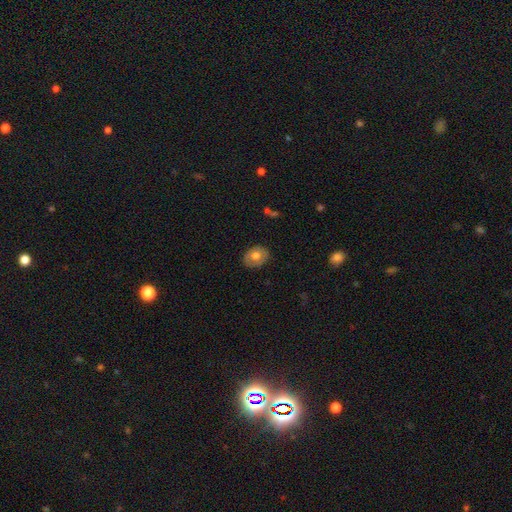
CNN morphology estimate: A smooth galaxy with no disk features (62%) that is in between round and cigar-shaped (57%).

Vote fractions:
- Smooth or featured? smooth: 62% / featured or disk: 31% / star or artifact: 7%
- How rounded? in between: 57% / round: 42% / cigar-shaped: 1%
- Merging? none: 83% / minor disturbance: 13% / major disturbance: 3% / merger: 1%